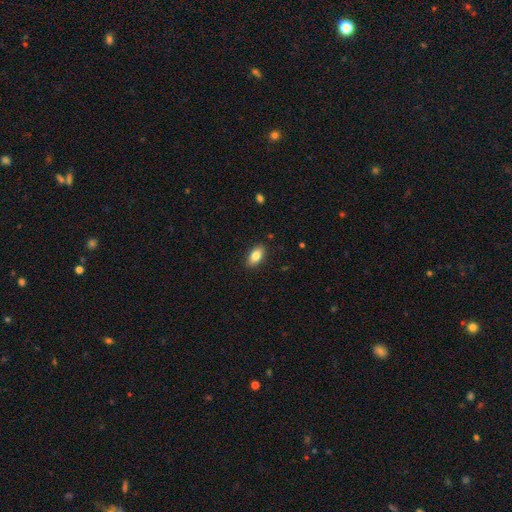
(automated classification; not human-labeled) Smooth or featured? Predicted: smooth (p=0.83). How rounded? Predicted: in between (p=0.90). Merging? Predicted: none (p=0.88).